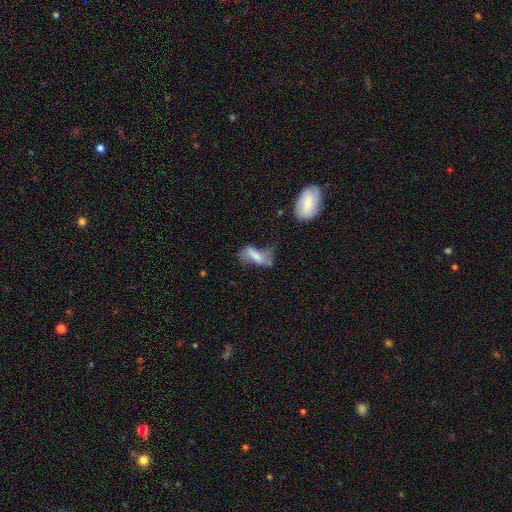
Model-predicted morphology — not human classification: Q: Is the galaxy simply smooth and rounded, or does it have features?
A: smooth — 57%.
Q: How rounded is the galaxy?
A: in between — 67%.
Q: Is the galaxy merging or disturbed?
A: major disturbance — 36%.